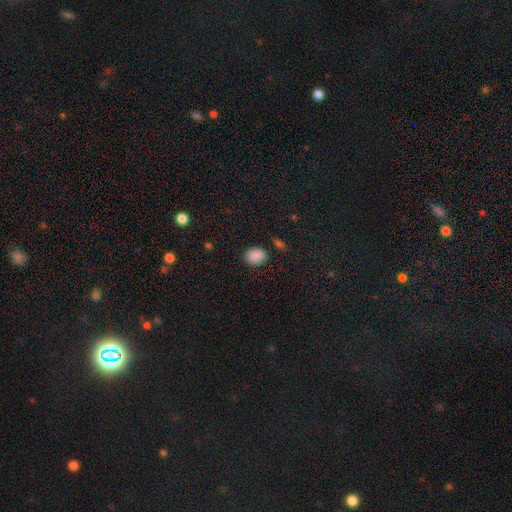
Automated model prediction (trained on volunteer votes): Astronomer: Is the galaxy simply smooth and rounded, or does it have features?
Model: smooth — 87%.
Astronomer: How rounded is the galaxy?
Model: in between — 60% (runner-up: round, 39%).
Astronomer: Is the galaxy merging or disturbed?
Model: none — 82%.